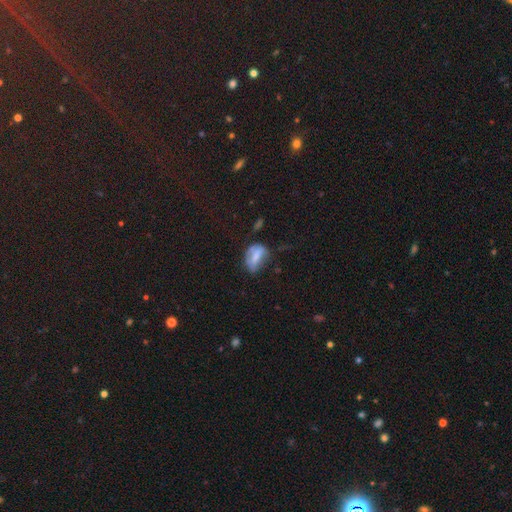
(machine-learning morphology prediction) type=smooth (62%); roundness=in between (80%); merging=none (36%).